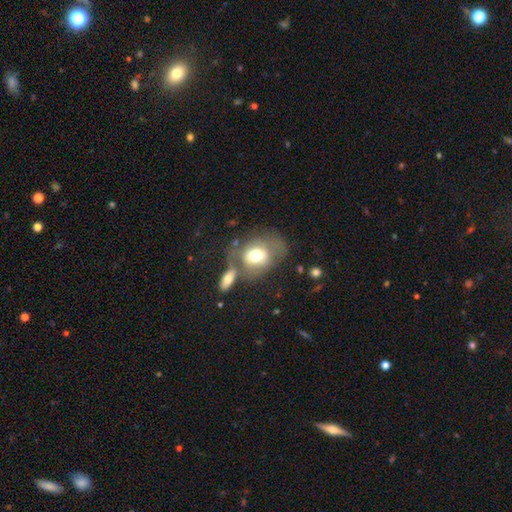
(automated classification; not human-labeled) Smooth or featured?
  - smooth: 62% *
  - featured or disk: 30%
  - star or artifact: 8%
How rounded?
  - in between: 56% *
  - round: 43%
  - cigar-shaped: 1%
Merging?
  - none: 32% *
  - merger: 31%
  - major disturbance: 19%
  - minor disturbance: 18%